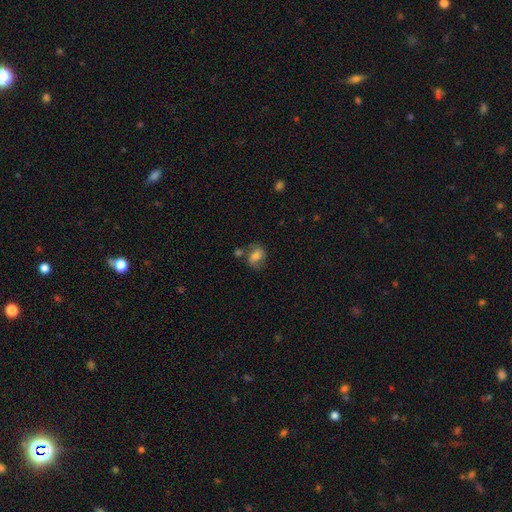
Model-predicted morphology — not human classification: Smooth or featured: smooth — 69% (featured or disk — 21%)
How rounded: in between — 61% (round — 38%)
Merging: none — 57% (minor disturbance — 20%)